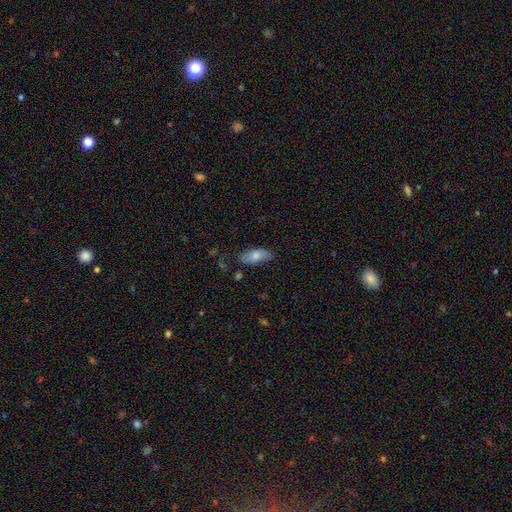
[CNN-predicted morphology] A smooth galaxy with no disk features (76%) that is in between round and cigar-shaped (88%).

Vote fractions:
- Smooth or featured? smooth: 76% / featured or disk: 17% / star or artifact: 7%
- How rounded? in between: 88% / cigar-shaped: 10% / round: 3%
- Merging? none: 73% / minor disturbance: 20% / major disturbance: 5% / merger: 2%